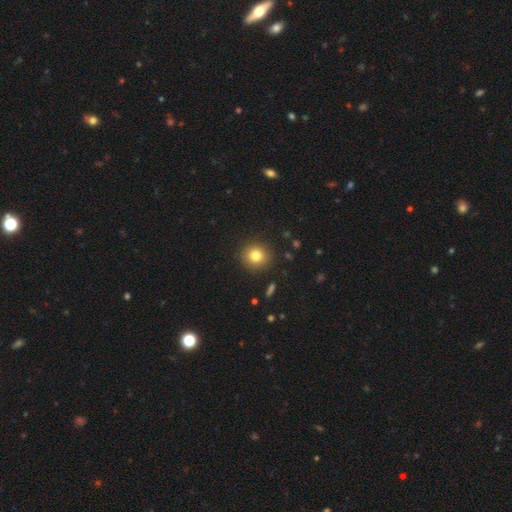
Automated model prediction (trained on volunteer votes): This is clearly a smooth galaxy (80%). How rounded: clearly round (92%). Merging: clearly none (91%).